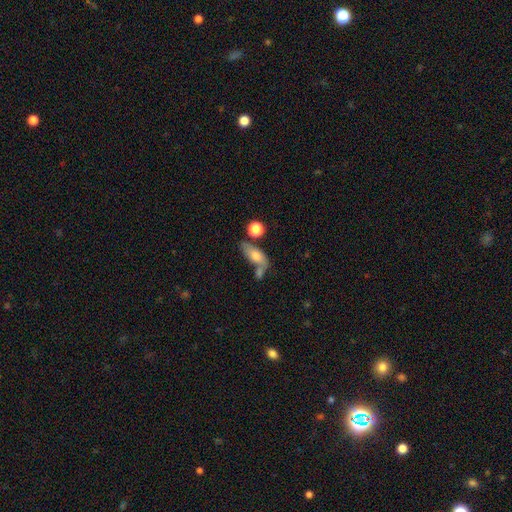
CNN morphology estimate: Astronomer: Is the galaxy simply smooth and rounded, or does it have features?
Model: smooth — 66%.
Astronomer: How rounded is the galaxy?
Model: in between — 78%.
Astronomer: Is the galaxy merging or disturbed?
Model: none — 39% (runner-up: merger, 31%).